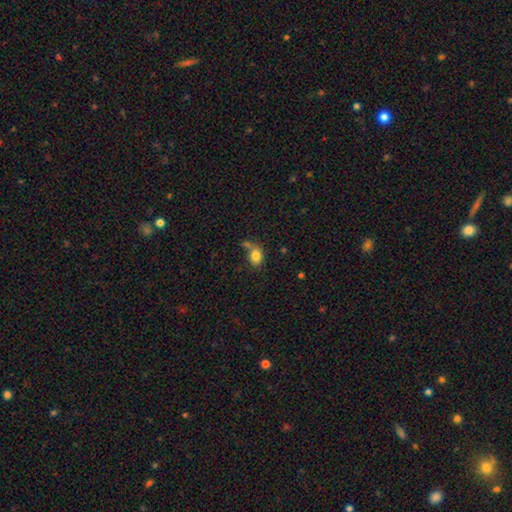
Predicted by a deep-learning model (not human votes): Q: Smooth or featured?
A: smooth (82%); runner-up: star or artifact (10%)
Q: How rounded?
A: in between (63%); runner-up: round (36%)
Q: Merging?
A: none (53%); runner-up: merger (21%)